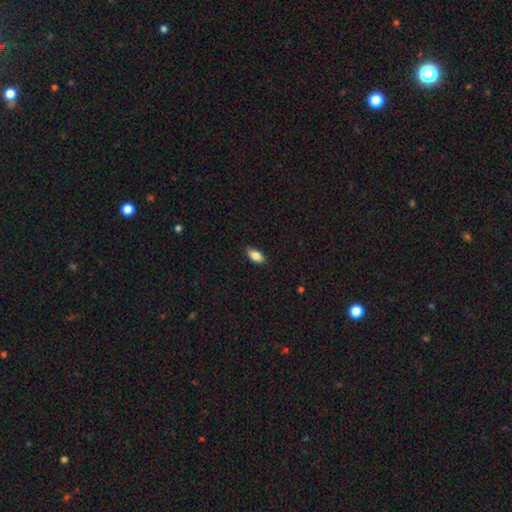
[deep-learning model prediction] Q: Smooth or featured?
A: smooth (83%); runner-up: featured or disk (10%)
Q: How rounded?
A: in between (89%); runner-up: cigar-shaped (8%)
Q: Merging?
A: none (85%); runner-up: minor disturbance (12%)